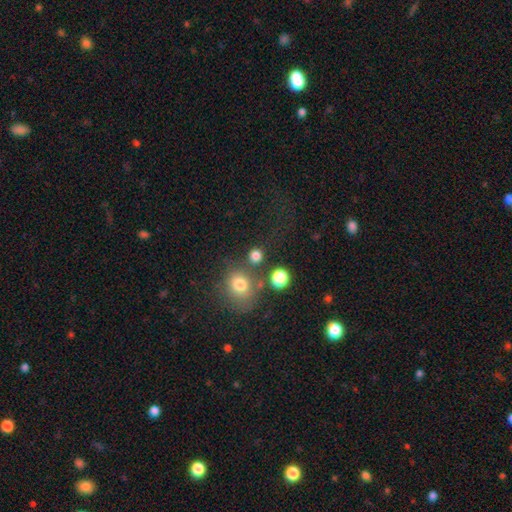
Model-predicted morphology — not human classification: Smooth or featured? Predicted: smooth (p=0.79). How rounded? Predicted: round (p=0.87). Merging? Predicted: none (p=0.75).